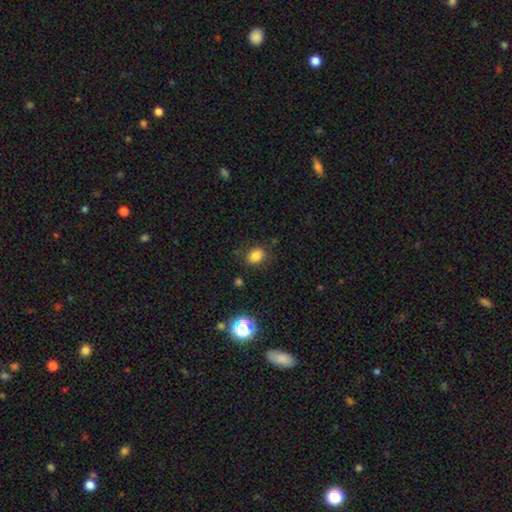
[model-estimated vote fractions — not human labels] Q: Smooth or featured?
A: smooth (81%); runner-up: star or artifact (13%)
Q: How rounded?
A: in between (64%); runner-up: round (35%)
Q: Merging?
A: none (80%); runner-up: minor disturbance (14%)